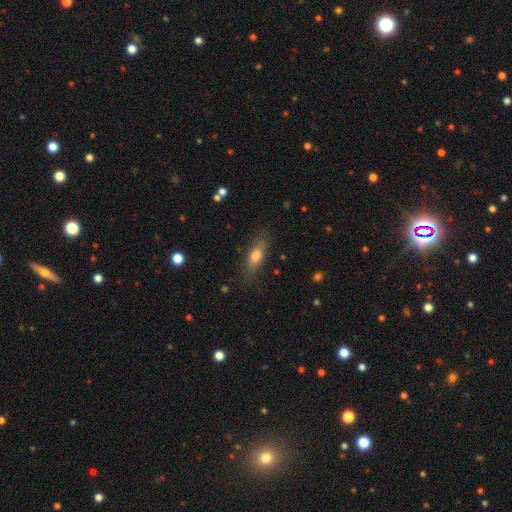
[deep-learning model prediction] Smooth or featured?
  - smooth: 70% *
  - featured or disk: 21%
  - star or artifact: 9%
How rounded?
  - in between: 60% *
  - cigar-shaped: 37%
  - round: 3%
Merging?
  - none: 81% *
  - minor disturbance: 14%
  - major disturbance: 4%
  - merger: 1%